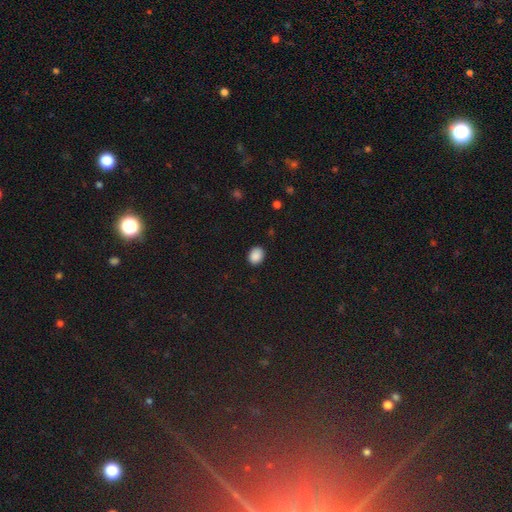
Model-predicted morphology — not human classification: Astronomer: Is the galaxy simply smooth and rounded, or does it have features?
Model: smooth — 88%.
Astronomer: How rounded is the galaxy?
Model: in between — 52% (runner-up: round, 47%).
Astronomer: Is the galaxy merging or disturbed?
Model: none — 88%.